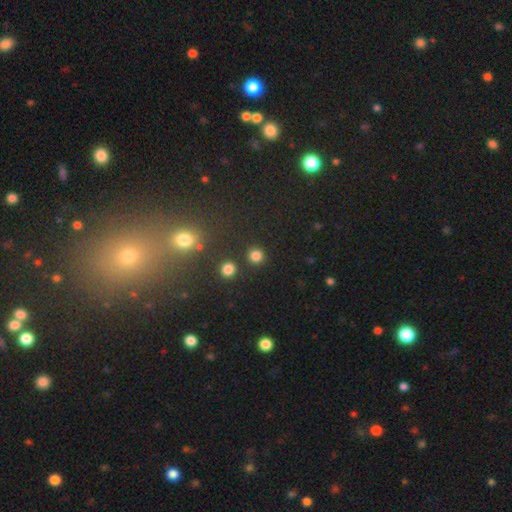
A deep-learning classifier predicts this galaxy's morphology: type=smooth (81%); roundness=round (92%); merging=none (87%).